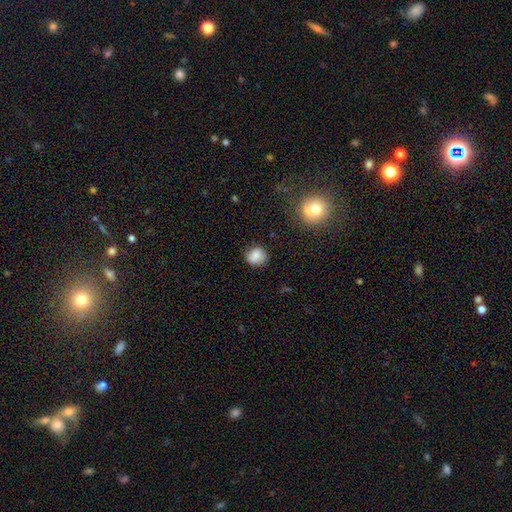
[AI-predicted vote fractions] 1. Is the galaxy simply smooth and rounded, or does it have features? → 79% smooth, 11% featured or disk, 10% star or artifact.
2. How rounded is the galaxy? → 78% round, 21% in between, 1% cigar-shaped.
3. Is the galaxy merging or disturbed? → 76% none, 17% minor disturbance, 4% major disturbance, 2% merger.